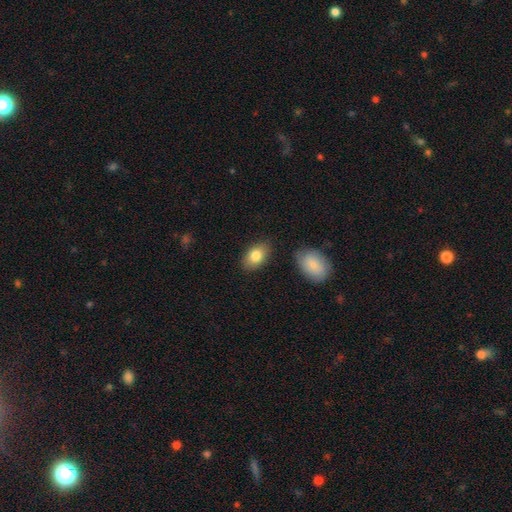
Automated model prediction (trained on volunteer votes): Overall: smooth (82%). How rounded: in between (89%). Merging: none (83%).